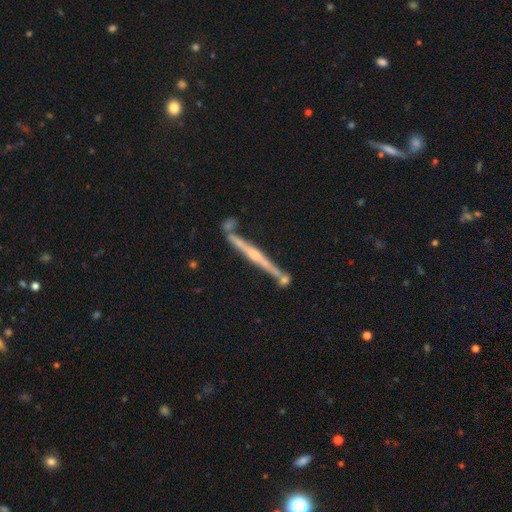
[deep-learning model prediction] Overall: featured or disk (73%). Edge-on disk: yes (97%). Edge-on bulge: rounded (51%; none 35%). Merging: none (66%).